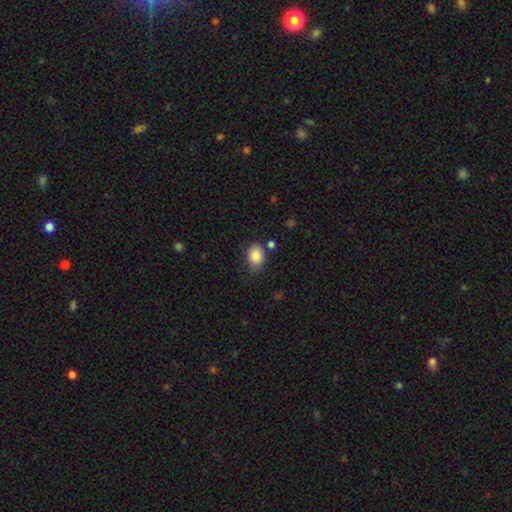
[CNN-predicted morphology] A smooth galaxy with no disk features (87%) that is in between round and cigar-shaped (70%).

Vote fractions:
- Smooth or featured? smooth: 87% / star or artifact: 8% / featured or disk: 4%
- How rounded? in between: 70% / round: 29% / cigar-shaped: 1%
- Merging? none: 70% / minor disturbance: 19% / merger: 6% / major disturbance: 5%